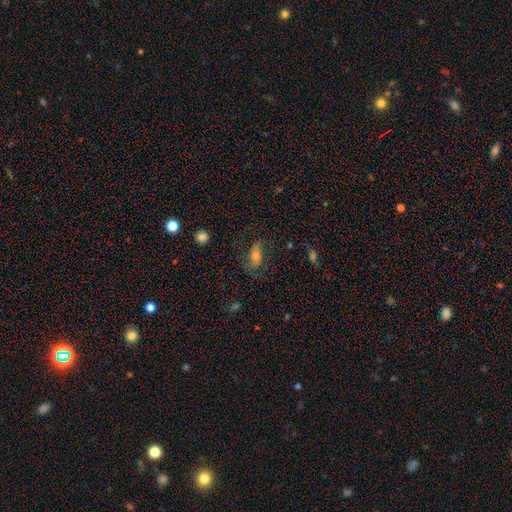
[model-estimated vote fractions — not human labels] A smooth galaxy with no disk features (43%). Merging: none (64%).